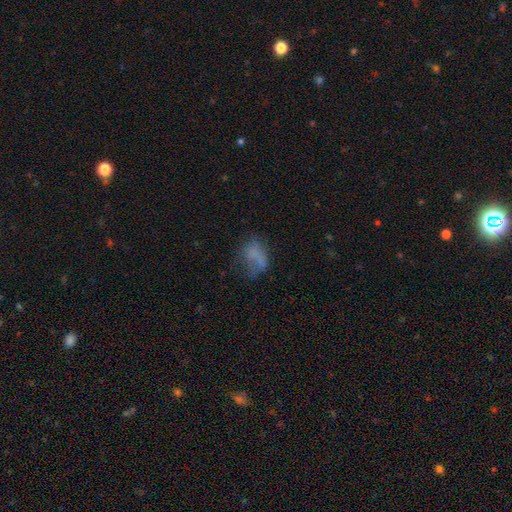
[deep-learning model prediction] This appears to be a smooth galaxy with no disk features (61%) that is in between round and cigar-shaped (75%). Merging: none (36%).